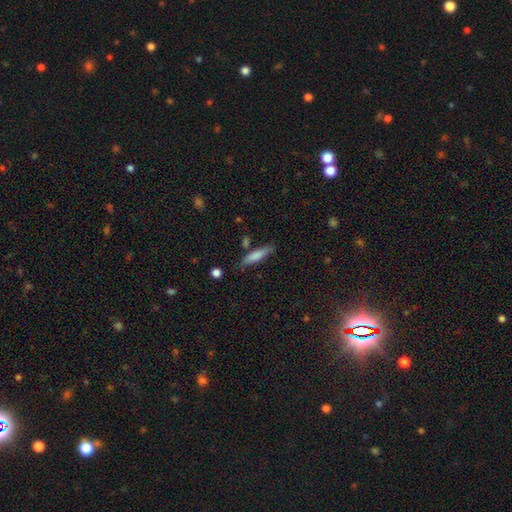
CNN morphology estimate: This appears to be a smooth galaxy with no disk features (74%) that is cigar-shaped (79%). Merging: none (75%).